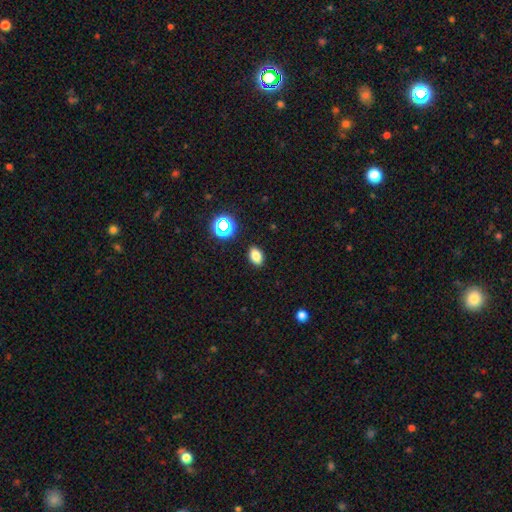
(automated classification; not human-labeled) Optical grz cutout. It shows a smooth galaxy with no disk features (79%) that is in between round and cigar-shaped (85%). Merging: none (89%).